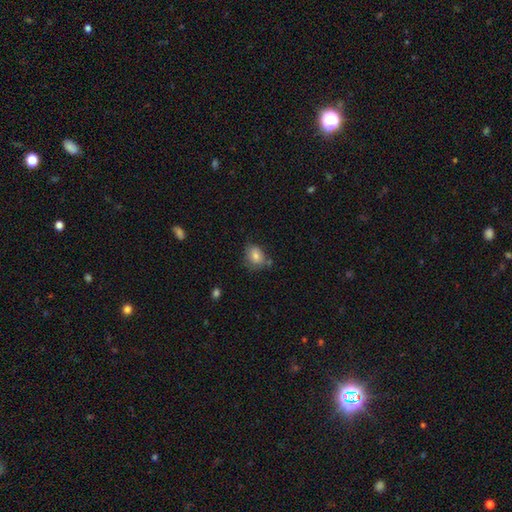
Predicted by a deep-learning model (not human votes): Overall: smooth (77%). How rounded: in between (61%; round 38%). Merging: none (60%; minor disturbance 26%).